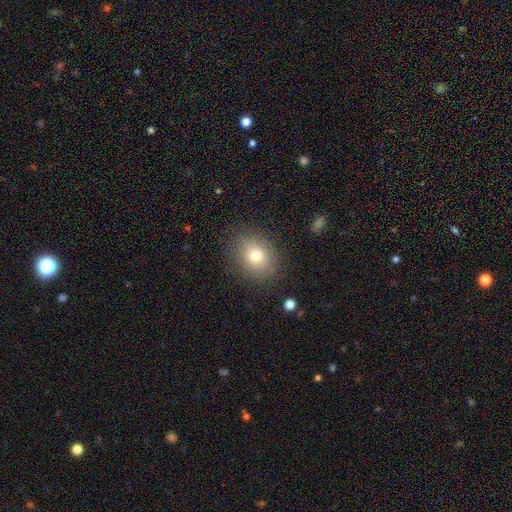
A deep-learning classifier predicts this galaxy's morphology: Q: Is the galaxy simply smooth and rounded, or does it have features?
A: smooth — 78%.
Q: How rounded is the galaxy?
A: in between — 55%.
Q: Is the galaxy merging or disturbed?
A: none — 84%.